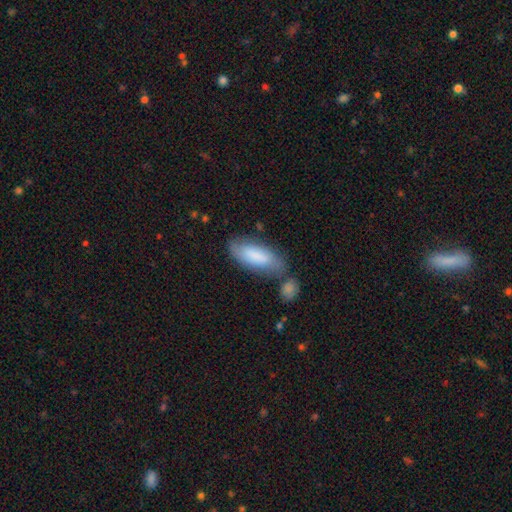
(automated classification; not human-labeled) Q: Smooth or featured?
A: smooth (79%); runner-up: featured or disk (15%)
Q: How rounded?
A: in between (73%); runner-up: cigar-shaped (25%)
Q: Merging?
A: none (57%); runner-up: minor disturbance (20%)